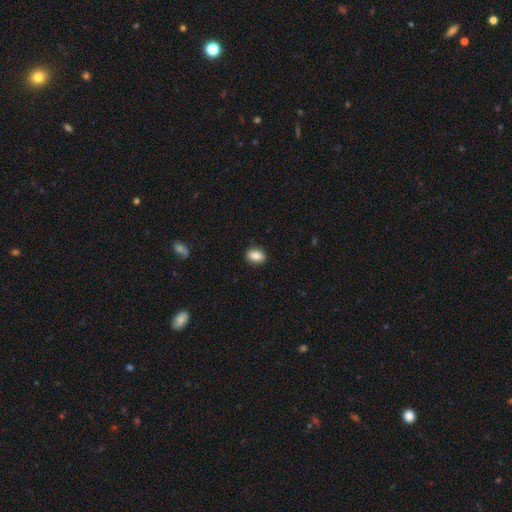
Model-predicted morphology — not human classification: Smooth or featured: smooth — 85% (star or artifact — 8%)
How rounded: in between — 76% (round — 22%)
Merging: none — 90% (minor disturbance — 7%)